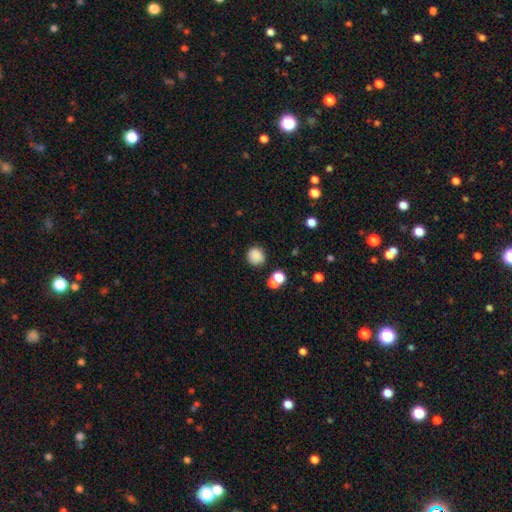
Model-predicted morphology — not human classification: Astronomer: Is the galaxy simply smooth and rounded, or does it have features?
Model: smooth — 84%.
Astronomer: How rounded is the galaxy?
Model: round — 87%.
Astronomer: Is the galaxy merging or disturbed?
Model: none — 77%.